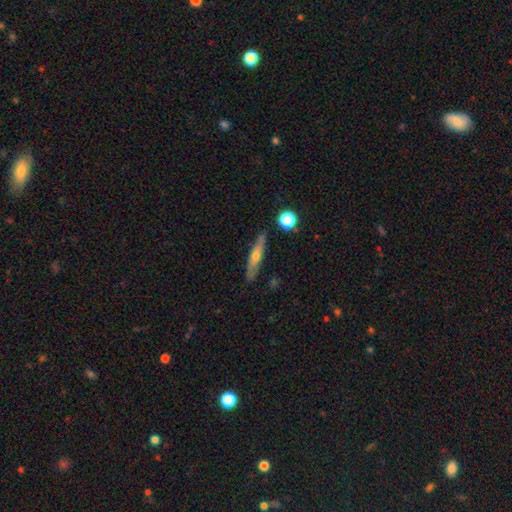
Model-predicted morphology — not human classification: A featured or disk galaxy (49%). Merging: none (85%).